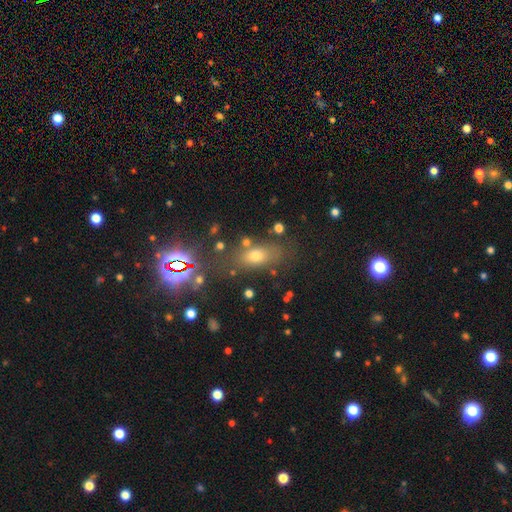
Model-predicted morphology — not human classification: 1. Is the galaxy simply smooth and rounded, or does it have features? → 60% smooth, 23% star or artifact, 17% featured or disk.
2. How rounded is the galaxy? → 70% in between, 17% round, 13% cigar-shaped.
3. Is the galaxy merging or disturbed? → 72% none, 14% minor disturbance, 8% merger, 6% major disturbance.